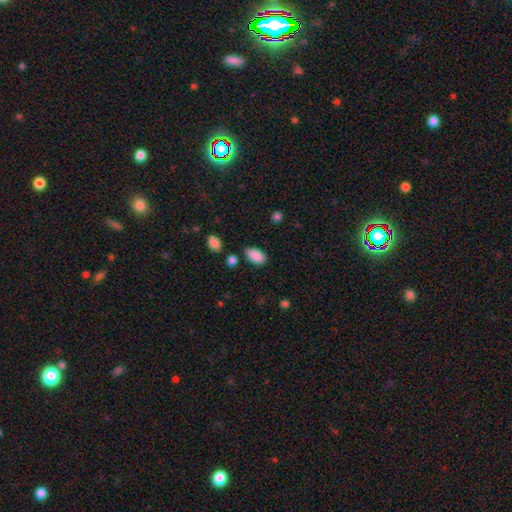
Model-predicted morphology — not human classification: The model was most divided on "merging": none: 78%, minor disturbance: 15%, merger: 4%, major disturbance: 4%. More confident: how rounded — in between (93%); smooth or featured — smooth (89%).